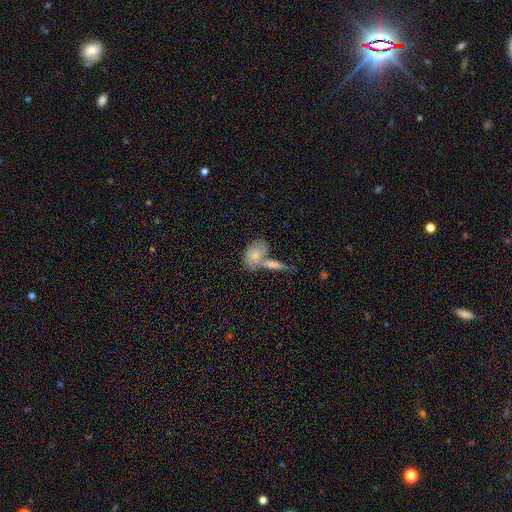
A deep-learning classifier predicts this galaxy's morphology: Smooth or featured: smooth — 63% (featured or disk — 30%)
How rounded: in between — 83% (round — 12%)
Merging: merger — 46% (none — 35%)